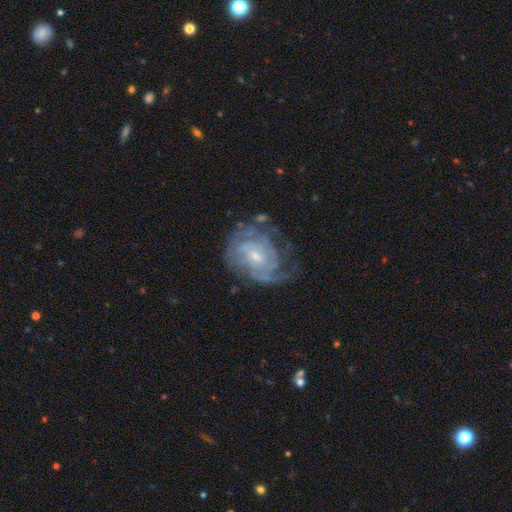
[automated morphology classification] featured or disk 84%, smooth 10%, star or artifact 6%. Down the decision tree: edge-on disk — no (97%); bar — no (54%); spiral arms — yes (91%); spiral arm count — can't tell (44%); spiral winding — tight (65%); bulge size — small (57%); merging — none (58%).